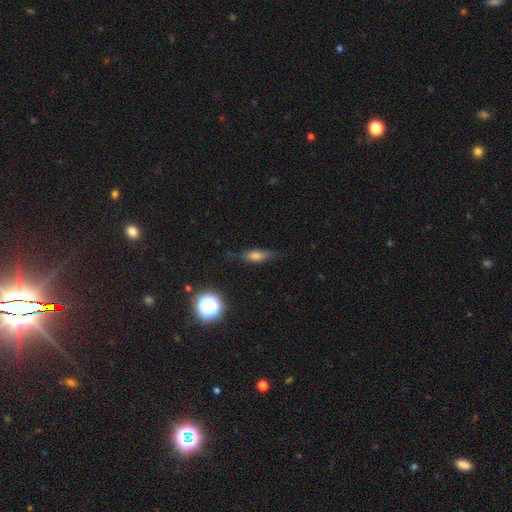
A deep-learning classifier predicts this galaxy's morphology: A smooth galaxy with no disk features (63%) that is in between round and cigar-shaped (60%). Merging: none (64%).